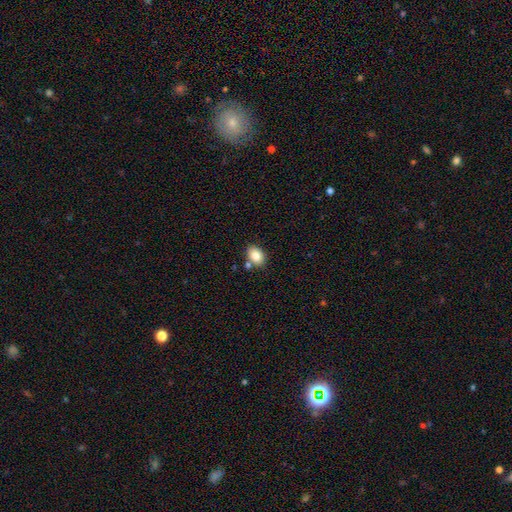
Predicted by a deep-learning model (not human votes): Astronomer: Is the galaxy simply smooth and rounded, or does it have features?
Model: smooth — 85%.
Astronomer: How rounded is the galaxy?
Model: in between — 81%.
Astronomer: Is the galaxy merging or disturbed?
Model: none — 74%.